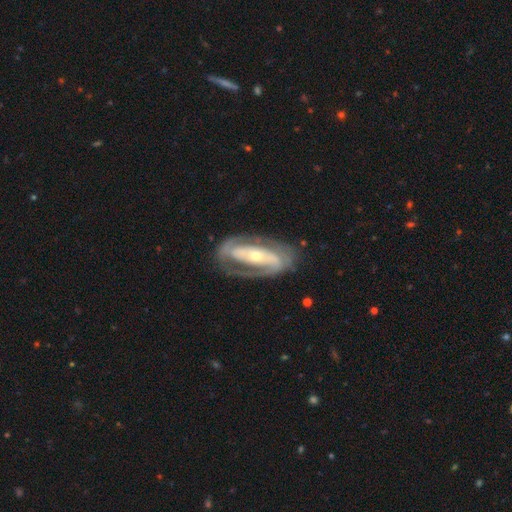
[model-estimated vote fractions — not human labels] The model was most divided on "bar": strong: 42%, no: 37%, weak: 21%. Remaining: edge-on disk — no (92%); smooth or featured — featured or disk (84%); spiral arms — yes (84%); spiral arm count — 2 (79%); merging — none (74%); bulge size — small (53%); spiral winding — tight (47%).